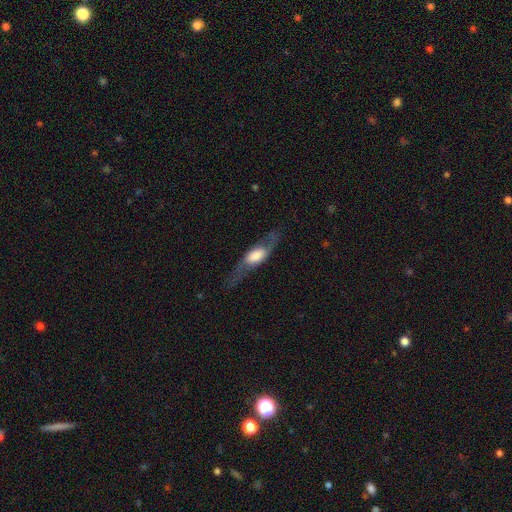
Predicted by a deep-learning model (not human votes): Morphology: type=featured or disk (61%); edge-on=yes (53%); merging=none (65%).